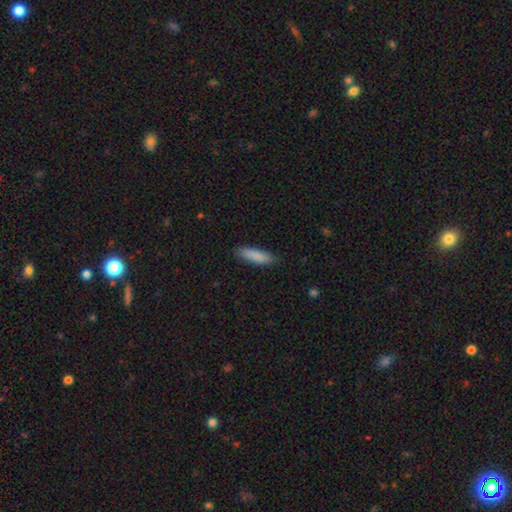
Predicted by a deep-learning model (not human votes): smooth-or-featured: smooth: 87% | featured or disk: 7% | star or artifact: 6%
  how-rounded: cigar-shaped: 65% | in between: 34% | round: 1%
  merging: none: 85% | minor disturbance: 12% | major disturbance: 2% | merger: 1%